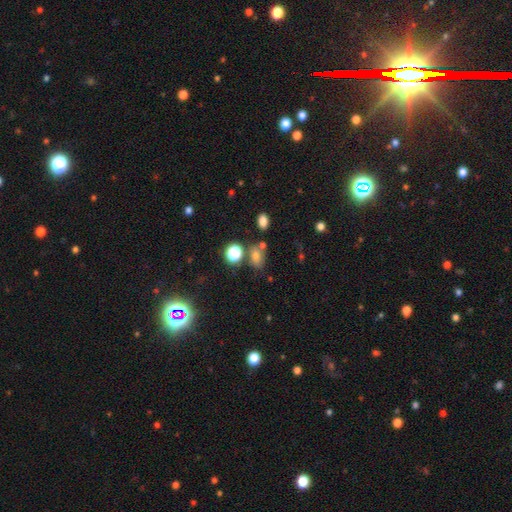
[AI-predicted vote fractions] This appears to be a smooth galaxy with no disk features (68%) that is in between round and cigar-shaped (69%). Merging: none (62%).